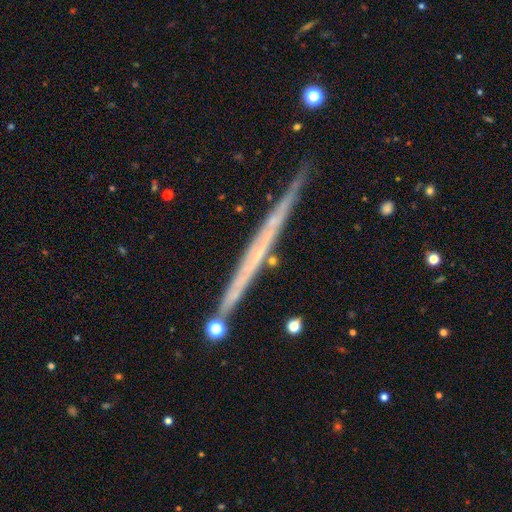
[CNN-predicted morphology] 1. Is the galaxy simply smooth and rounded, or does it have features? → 68% featured or disk, 25% smooth, 8% star or artifact.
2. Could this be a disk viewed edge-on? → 97% yes, 3% no.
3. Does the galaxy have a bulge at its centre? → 90% none, 7% rounded, 3% boxy.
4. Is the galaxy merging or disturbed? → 87% none, 9% minor disturbance, 3% merger, 2% major disturbance.